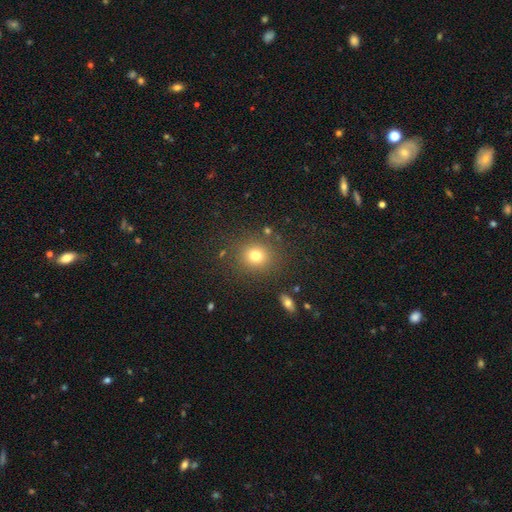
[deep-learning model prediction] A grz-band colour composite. It shows a smooth galaxy with no disk features (76%) that is round (82%). Merging: none (84%).